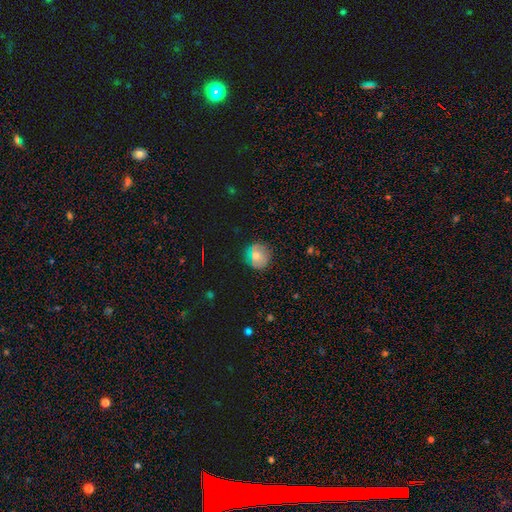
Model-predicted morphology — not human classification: type=smooth (68%); roundness=round (87%); merging=none (80%).